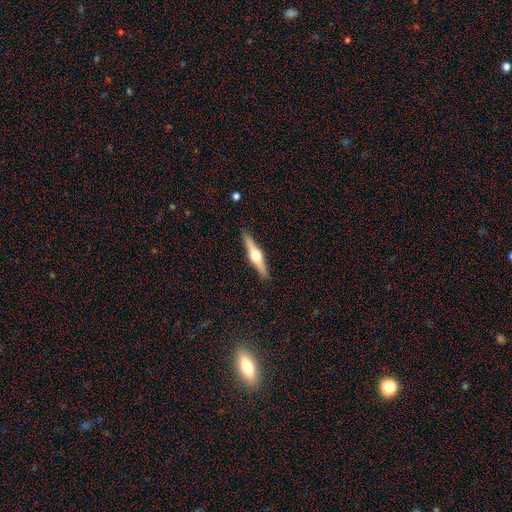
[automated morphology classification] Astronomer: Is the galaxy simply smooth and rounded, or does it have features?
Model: featured or disk — 73%.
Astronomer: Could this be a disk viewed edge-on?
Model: yes — 98%.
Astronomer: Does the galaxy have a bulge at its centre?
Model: rounded — 96%.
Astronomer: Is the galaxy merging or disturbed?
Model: none — 91%.